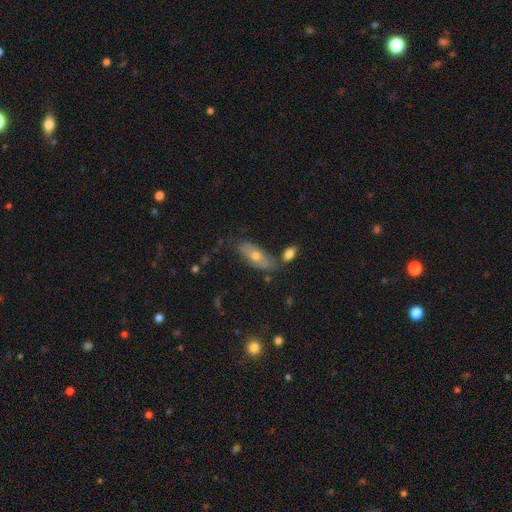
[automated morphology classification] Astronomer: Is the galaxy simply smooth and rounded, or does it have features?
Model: smooth — 57% (runner-up: featured or disk, 35%).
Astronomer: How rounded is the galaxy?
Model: in between — 77%.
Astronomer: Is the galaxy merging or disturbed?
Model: none — 70%.